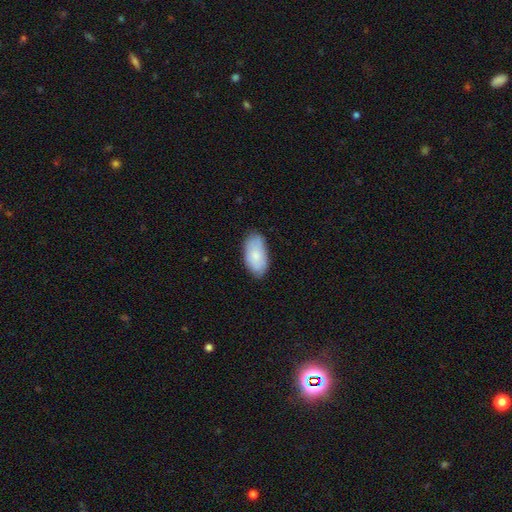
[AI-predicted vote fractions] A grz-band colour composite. It shows a smooth galaxy with no disk features (75%) that is in between round and cigar-shaped (95%). Merging: none (77%).